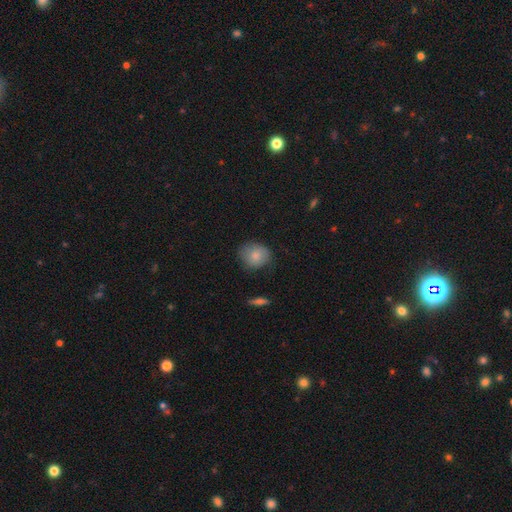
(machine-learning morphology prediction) A smooth galaxy with no disk features (83%) that is round (73%). Merging: none (73%).